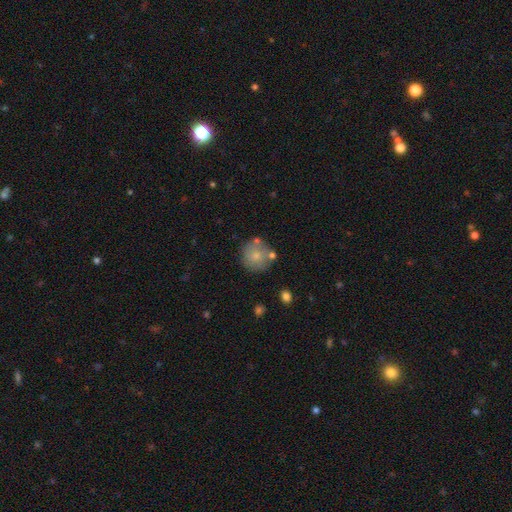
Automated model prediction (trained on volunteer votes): Q: Smooth or featured?
A: smooth (74%); runner-up: featured or disk (18%)
Q: How rounded?
A: round (92%); runner-up: in between (7%)
Q: Merging?
A: none (72%); runner-up: minor disturbance (15%)